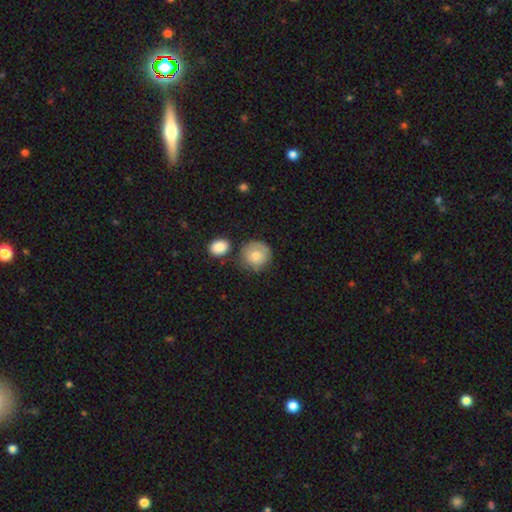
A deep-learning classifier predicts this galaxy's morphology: Smooth or featured?
  - smooth: 71% *
  - featured or disk: 21%
  - star or artifact: 7%
How rounded?
  - round: 87% *
  - in between: 12%
  - cigar-shaped: 1%
Merging?
  - none: 64% *
  - minor disturbance: 22%
  - merger: 8%
  - major disturbance: 7%